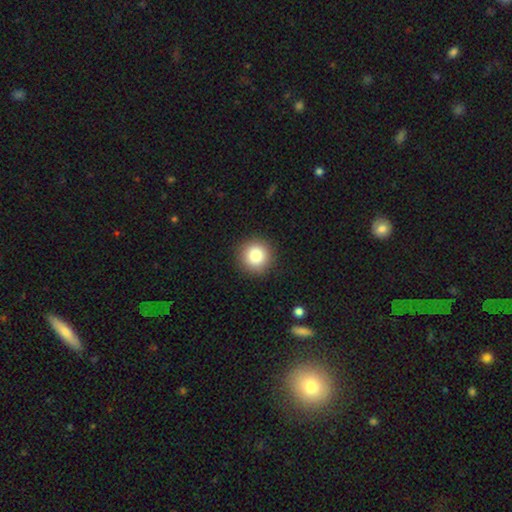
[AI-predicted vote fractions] Smooth or featured? Predicted: smooth (p=0.85). How rounded? Predicted: round (p=0.95). Merging? Predicted: none (p=0.91).